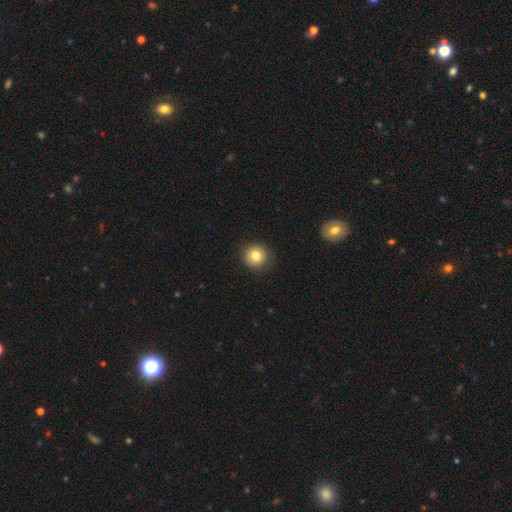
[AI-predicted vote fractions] Smooth or featured: smooth — 80% (star or artifact — 10%)
How rounded: round — 93% (in between — 6%)
Merging: none — 87% (minor disturbance — 9%)